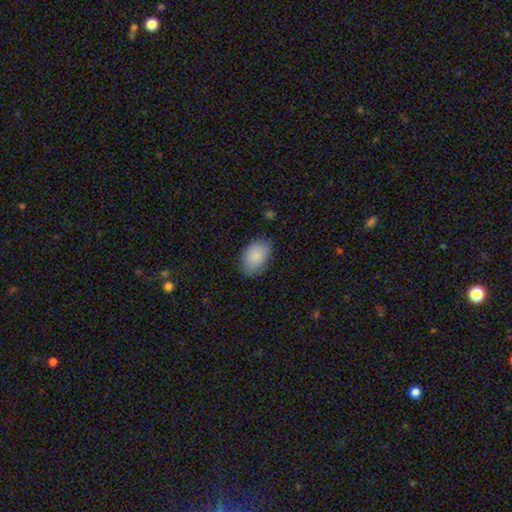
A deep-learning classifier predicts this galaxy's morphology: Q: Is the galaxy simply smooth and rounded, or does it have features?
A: smooth — 87%.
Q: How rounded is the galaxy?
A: in between — 90%.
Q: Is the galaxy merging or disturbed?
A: none — 81%.